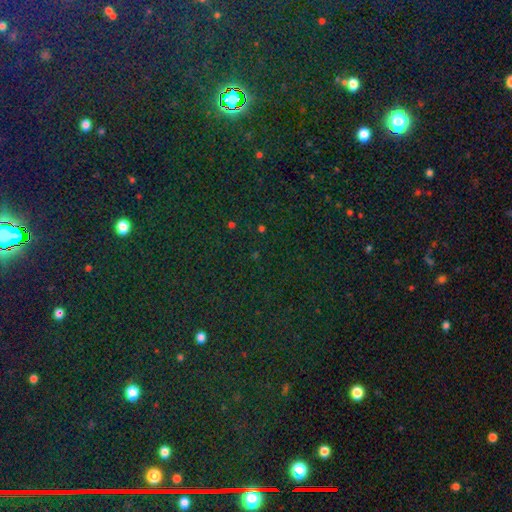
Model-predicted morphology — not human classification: Smooth or featured? star or artifact (82%)